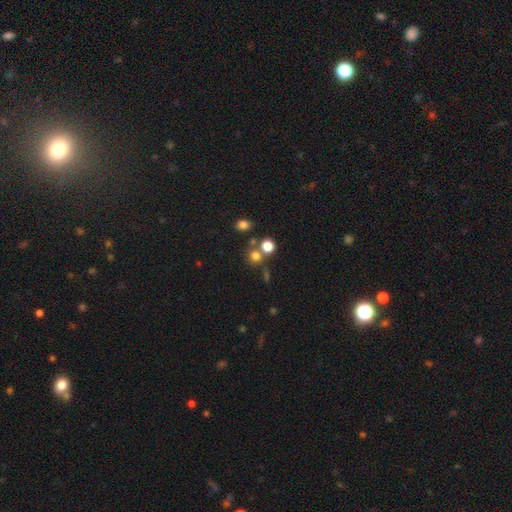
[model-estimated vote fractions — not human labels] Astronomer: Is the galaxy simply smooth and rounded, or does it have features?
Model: smooth — 72%.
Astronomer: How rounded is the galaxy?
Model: round — 86%.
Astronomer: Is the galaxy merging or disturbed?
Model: none — 62%.